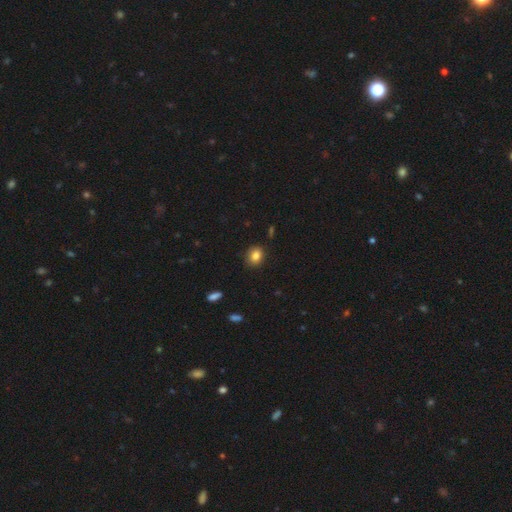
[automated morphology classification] Smooth or featured?
  - smooth: 84% *
  - star or artifact: 10%
  - featured or disk: 6%
How rounded?
  - round: 64% *
  - in between: 35%
  - cigar-shaped: 1%
Merging?
  - none: 88% *
  - minor disturbance: 9%
  - major disturbance: 2%
  - merger: 1%